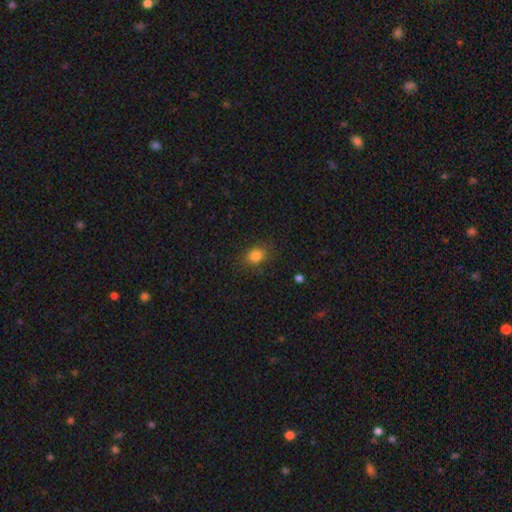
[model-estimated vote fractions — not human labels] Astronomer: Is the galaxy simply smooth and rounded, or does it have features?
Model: smooth — 82%.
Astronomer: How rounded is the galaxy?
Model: in between — 53% (runner-up: round, 46%).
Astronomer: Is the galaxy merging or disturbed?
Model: none — 82%.